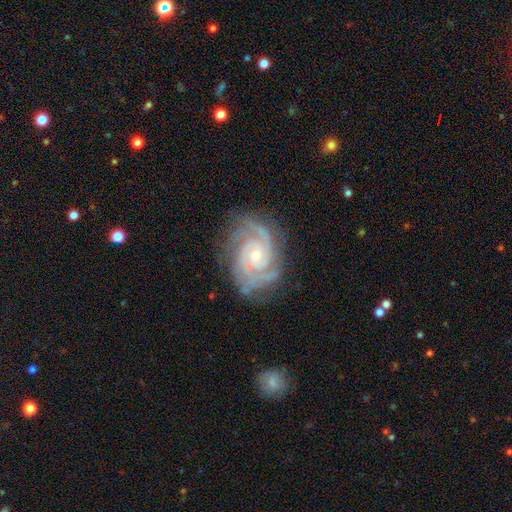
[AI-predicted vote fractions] The model was most divided on "spiral arm count": 3: 35%, 2: 23%, 4: 16%, can't tell: 13%, more than 4: 7%, 1: 6%. More confident: spiral arms — yes (99%); edge-on disk — no (98%); smooth or featured — featured or disk (92%); merging — none (77%); spiral winding — tight (71%); bar — no (70%); bulge size — small (68%).